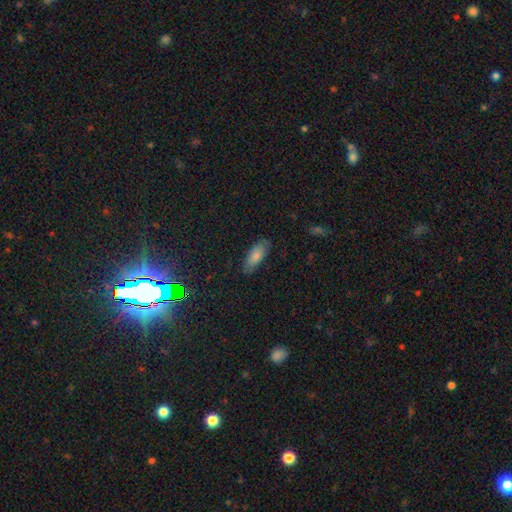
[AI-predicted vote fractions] Smooth or featured? smooth (82%)
How rounded? in between (80%)
Merging? none (78%)